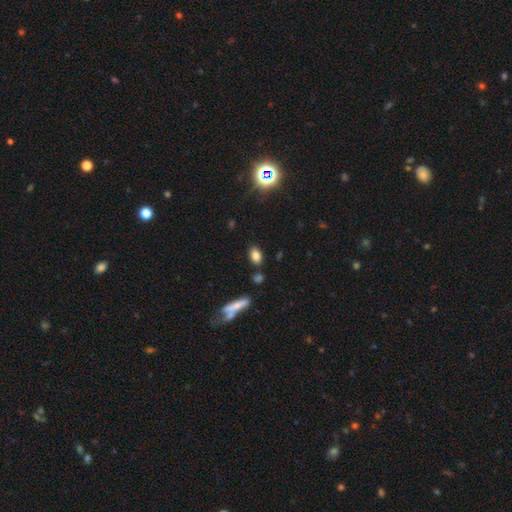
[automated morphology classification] A smooth galaxy with no disk features (81%) that is in between round and cigar-shaped (87%). Merging: none (79%).